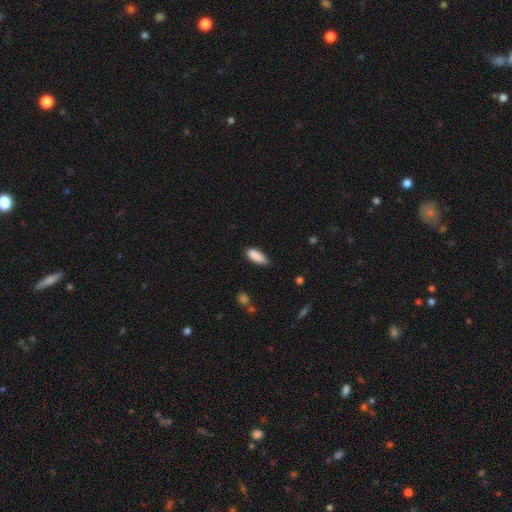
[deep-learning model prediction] This is clearly a smooth galaxy (89%). How rounded: likely in between (71%). Merging: likely none (76%).